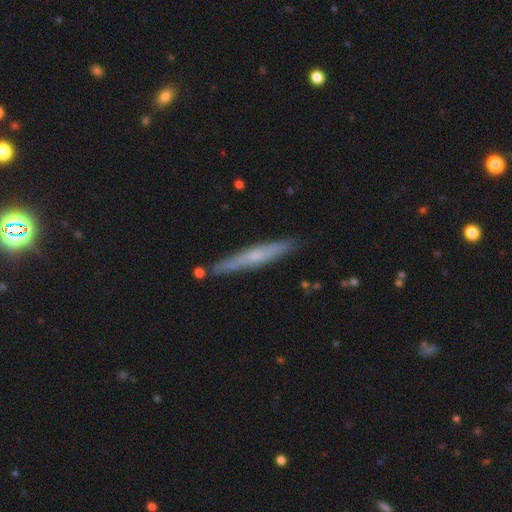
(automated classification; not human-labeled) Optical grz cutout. It shows a featured or disk galaxy (52%) viewed edge-on (92%). Merging: none (81%).